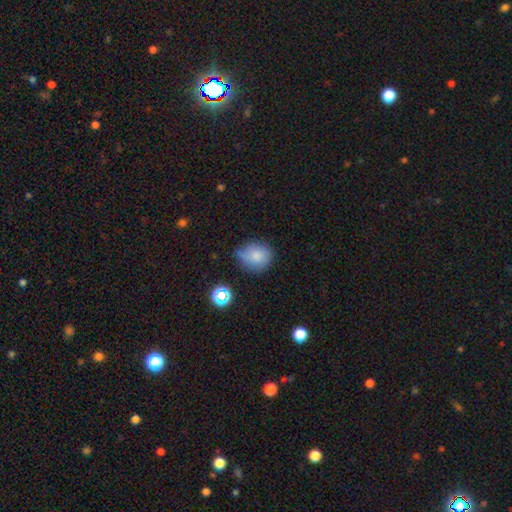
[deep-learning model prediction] This is likely a smooth galaxy (77%). How rounded: likely round (73%). Merging: possibly none (57%).